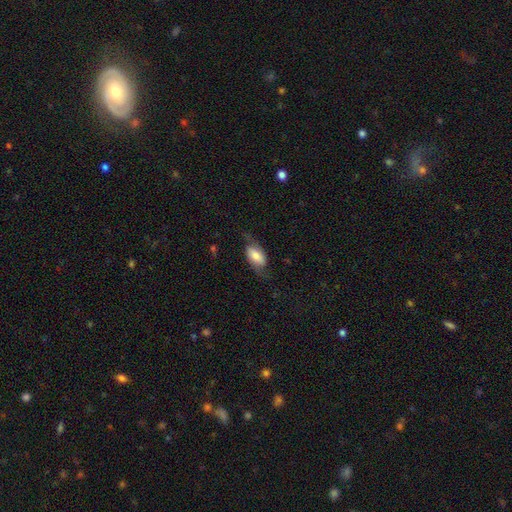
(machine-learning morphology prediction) A smooth galaxy with no disk features (50%).

Vote fractions:
- Smooth or featured? smooth: 50% / featured or disk: 43% / star or artifact: 8%
- Merging? none: 61% / minor disturbance: 22% / major disturbance: 16% / merger: 2%